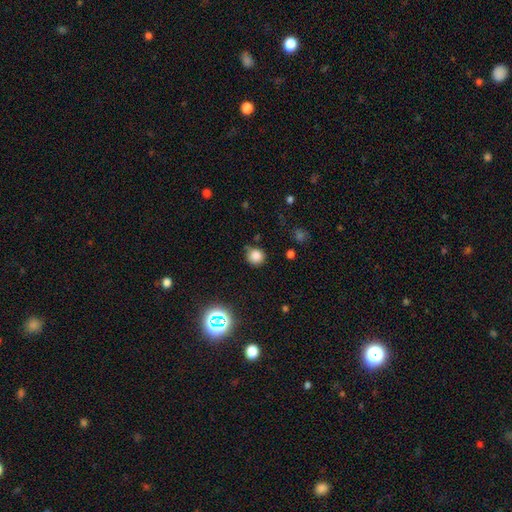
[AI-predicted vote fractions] smooth_or_featured: smooth (p=0.80) [alt: star or artifact p=0.15]
how_rounded: round (p=0.90) [alt: in between p=0.09]
merging: none (p=0.75) [alt: minor disturbance p=0.18]